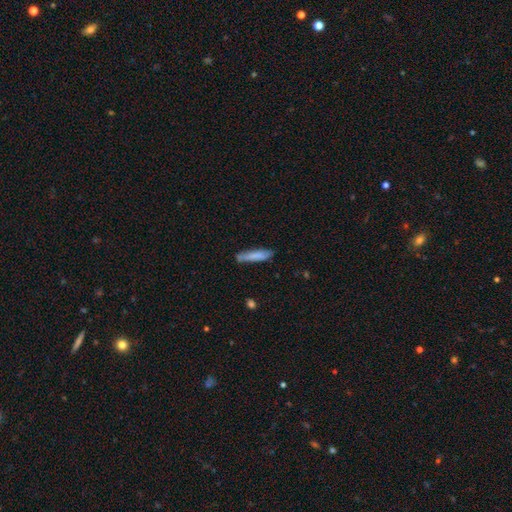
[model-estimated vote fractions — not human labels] Smooth or featured? Predicted: smooth (p=0.77). How rounded? Predicted: cigar-shaped (p=0.87). Merging? Predicted: none (p=0.75).